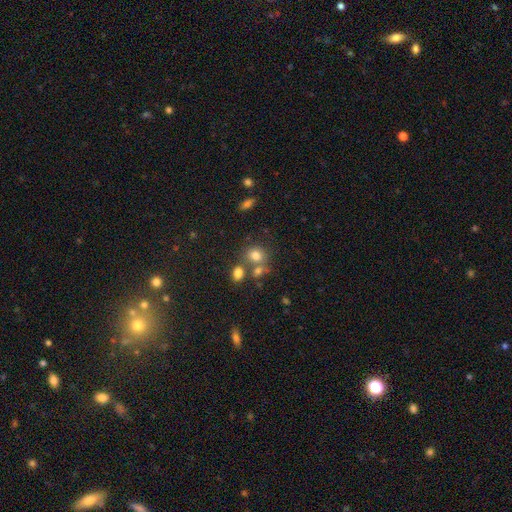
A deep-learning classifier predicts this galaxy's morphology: A smooth galaxy with no disk features (76%) that is round (67%). Merging: none (56%).